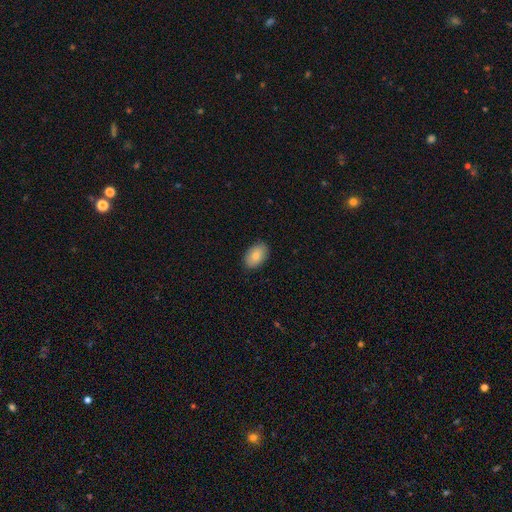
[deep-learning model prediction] Smooth or featured? smooth (81%)
How rounded? in between (88%)
Merging? none (87%)